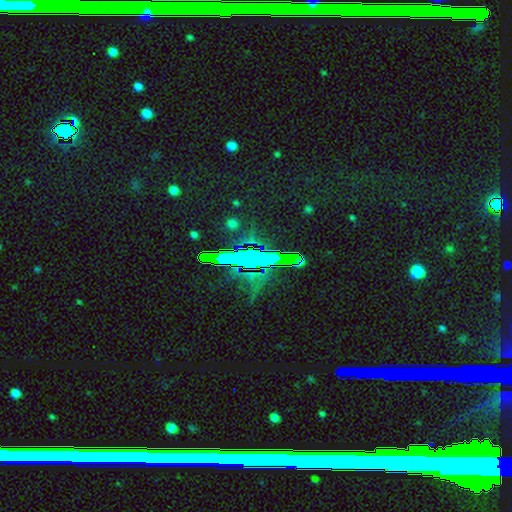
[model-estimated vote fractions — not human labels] Smooth or featured? Predicted: star or artifact (p=0.73).